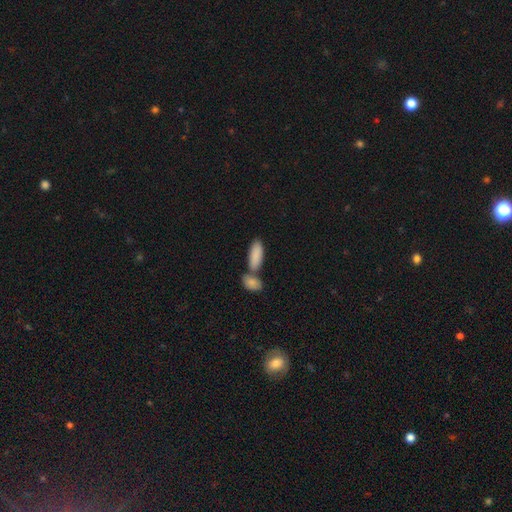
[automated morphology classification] smooth-or-featured: smooth: 88% | featured or disk: 7% | star or artifact: 6%
  how-rounded: in between: 80% | cigar-shaped: 18% | round: 2%
  merging: none: 48% | merger: 38% | minor disturbance: 10% | major disturbance: 3%